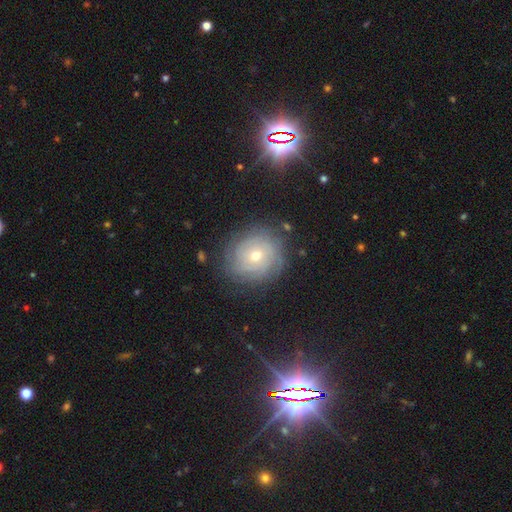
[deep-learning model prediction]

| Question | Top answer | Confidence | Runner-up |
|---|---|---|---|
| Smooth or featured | featured or disk | 63% | smooth (23%) |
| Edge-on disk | no | 96% | yes (4%) |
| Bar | no | 82% | weak (15%) |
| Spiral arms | yes | 86% | no (14%) |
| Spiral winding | tight | 78% | medium (17%) |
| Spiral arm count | can't tell | 53% | 3 (11%) |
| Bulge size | small | 54% | moderate (43%) |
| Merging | none | 82% | minor disturbance (12%) |